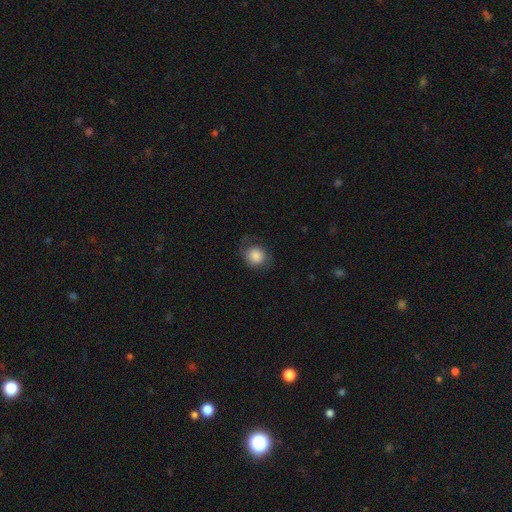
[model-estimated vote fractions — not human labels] A smooth galaxy with no disk features (83%) that is round (71%). Merging: none (67%).